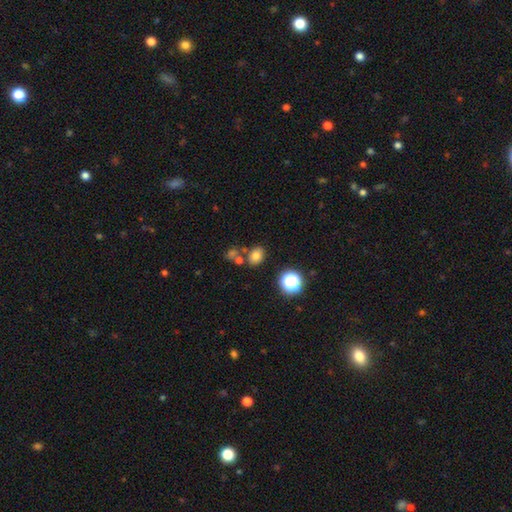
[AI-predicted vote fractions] Morphology: type=smooth (75%); roundness=in between (61%); merging=none (71%).